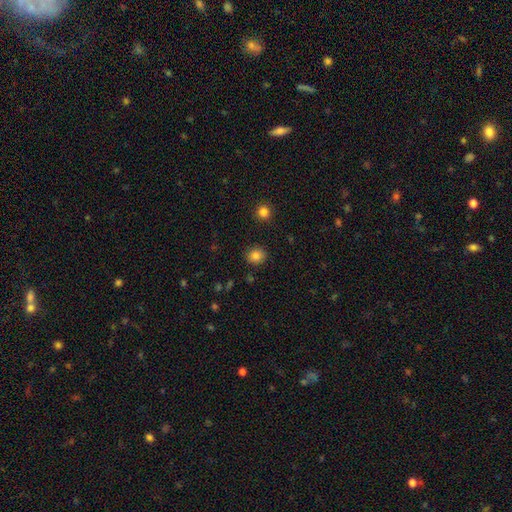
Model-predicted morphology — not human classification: Smooth or featured: smooth — 84% (star or artifact — 11%)
How rounded: round — 80% (in between — 19%)
Merging: none — 89% (minor disturbance — 7%)